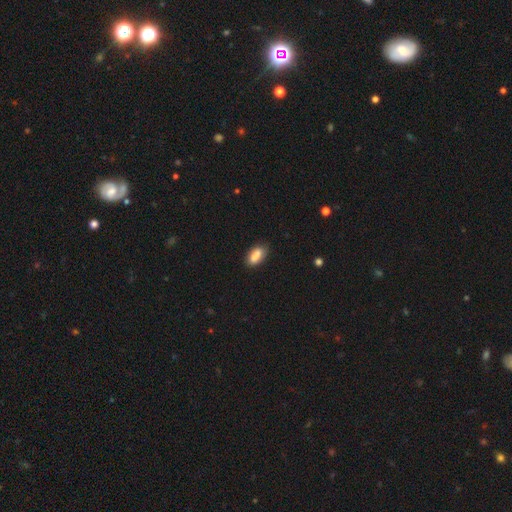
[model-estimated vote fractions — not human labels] A smooth galaxy with no disk features (85%) that is in between round and cigar-shaped (87%). Merging: none (84%).